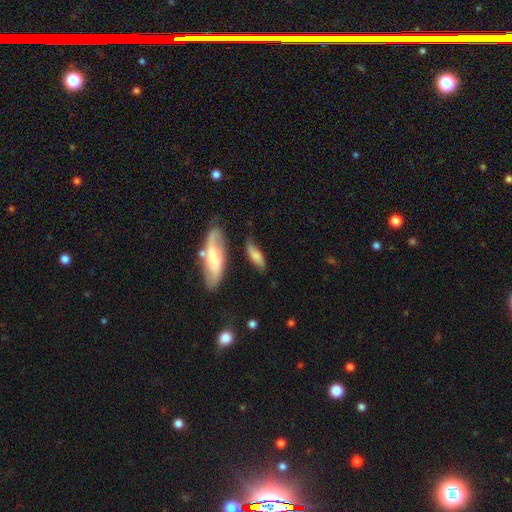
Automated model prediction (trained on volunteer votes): Q: Smooth or featured?
A: smooth (63%); runner-up: featured or disk (29%)
Q: How rounded?
A: in between (54%); runner-up: cigar-shaped (43%)
Q: Merging?
A: none (59%); runner-up: minor disturbance (25%)